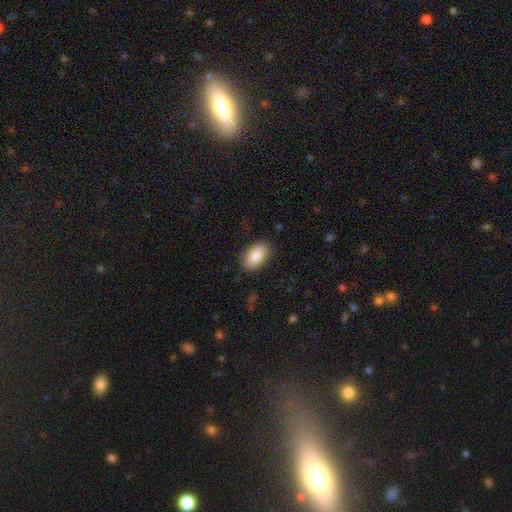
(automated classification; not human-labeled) smooth_or_featured: smooth (p=0.86) [alt: featured or disk p=0.07]
how_rounded: in between (p=0.93) [alt: round p=0.05]
merging: none (p=0.86) [alt: minor disturbance p=0.10]